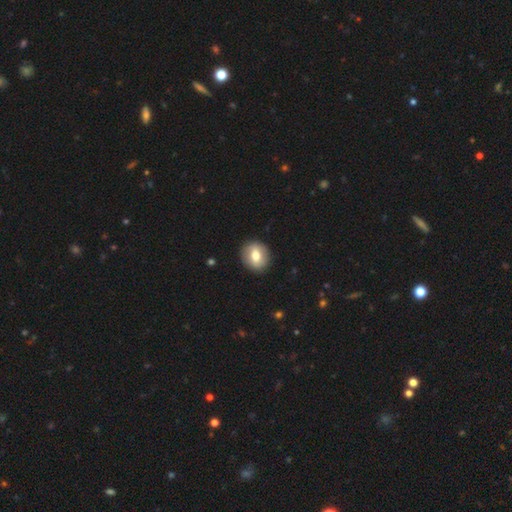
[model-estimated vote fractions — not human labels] Smooth or featured? Predicted: smooth (p=0.70). How rounded? Predicted: round (p=0.74). Merging? Predicted: none (p=0.90).